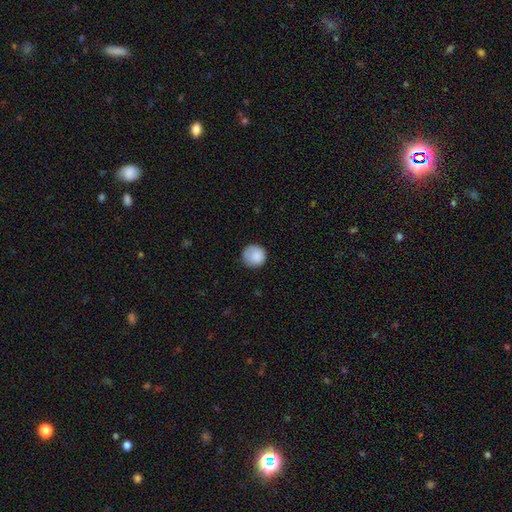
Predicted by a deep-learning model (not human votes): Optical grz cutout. It shows a smooth galaxy with no disk features (87%) that is round (93%). Merging: none (80%).